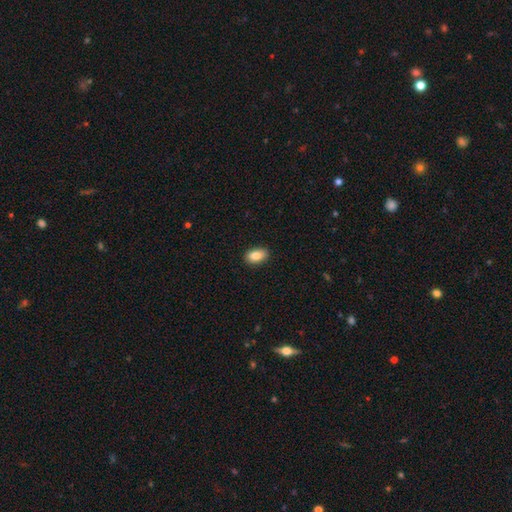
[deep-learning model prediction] Q: Smooth or featured?
A: smooth (84%); runner-up: featured or disk (8%)
Q: How rounded?
A: in between (89%); runner-up: round (9%)
Q: Merging?
A: none (87%); runner-up: minor disturbance (10%)